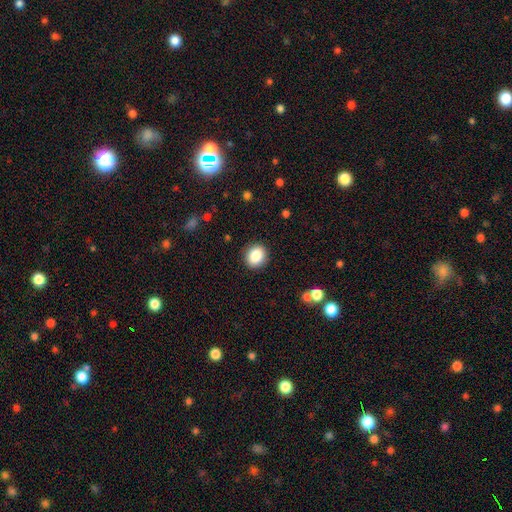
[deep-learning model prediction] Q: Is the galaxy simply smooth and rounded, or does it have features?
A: smooth — 85%.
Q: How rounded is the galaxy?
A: round — 74%.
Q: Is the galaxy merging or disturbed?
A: none — 91%.